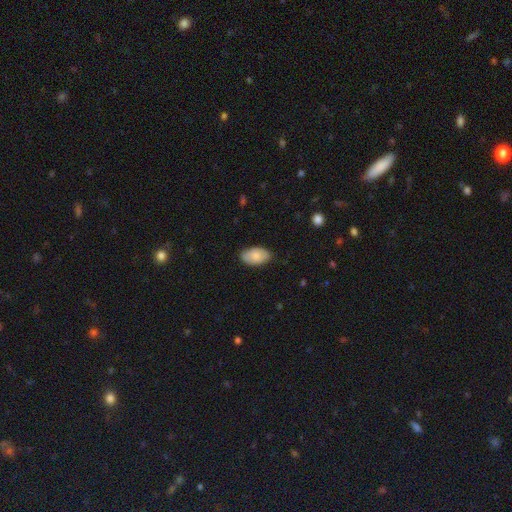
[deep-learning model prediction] Smooth or featured? Predicted: smooth (p=0.83). How rounded? Predicted: in between (p=0.94). Merging? Predicted: none (p=0.81).